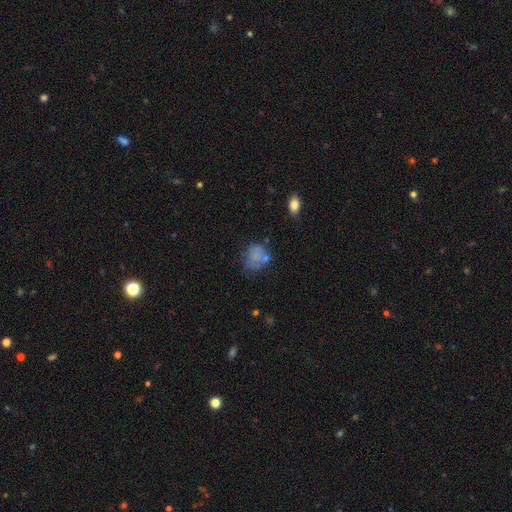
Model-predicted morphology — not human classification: smooth_or_featured: smooth (p=0.66) [alt: featured or disk p=0.22]
how_rounded: in between (p=0.52) [alt: round p=0.46]
merging: none (p=0.42) [alt: minor disturbance p=0.27]